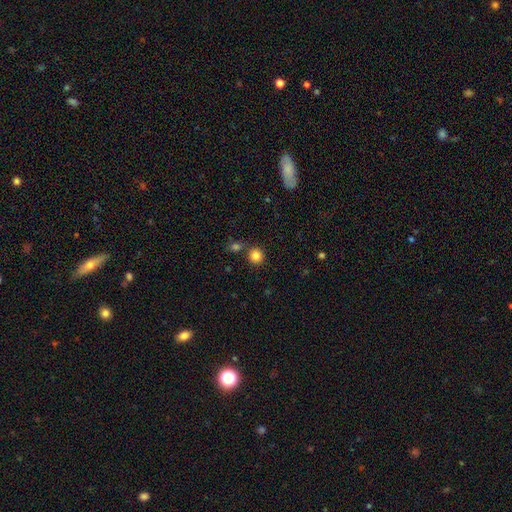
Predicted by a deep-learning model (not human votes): Smooth or featured: smooth — 84% (star or artifact — 11%)
How rounded: round — 91% (in between — 8%)
Merging: none — 79% (merger — 11%)